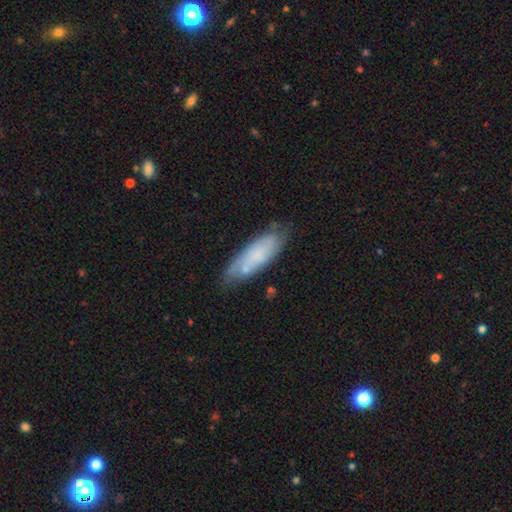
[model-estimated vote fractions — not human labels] Q: Smooth or featured?
A: smooth (60%); runner-up: featured or disk (32%)
Q: How rounded?
A: in between (53%); runner-up: cigar-shaped (45%)
Q: Merging?
A: none (66%); runner-up: minor disturbance (25%)